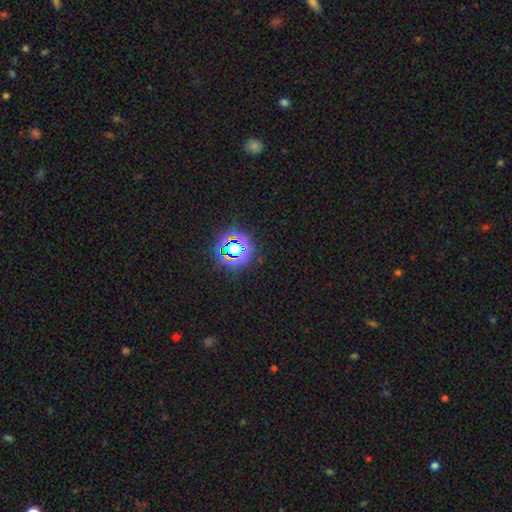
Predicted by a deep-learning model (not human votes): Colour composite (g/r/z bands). It shows a star or artifact, not a galaxy (76%).